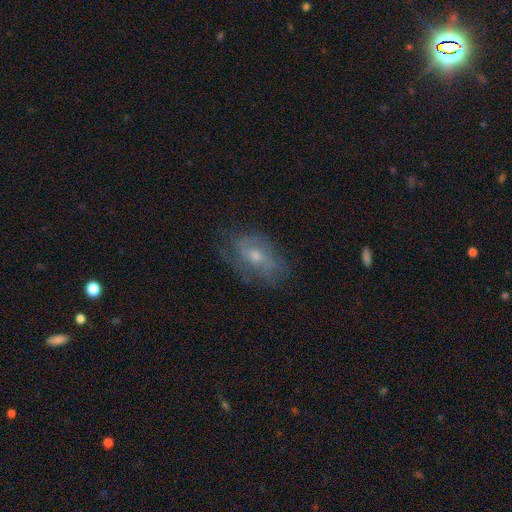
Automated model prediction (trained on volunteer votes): The model was most divided on "bulge size": moderate: 54%, small: 39%, large: 3%, none: 3%, dominant: 1%. More confident: edge-on disk — no (93%); bar — no (67%); spiral arms — yes (64%); merging — none (60%); smooth or featured — featured or disk (58%).